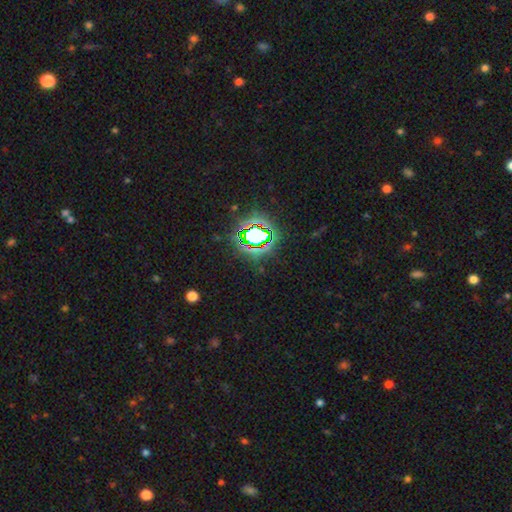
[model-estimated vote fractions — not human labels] This appears to be a star or artifact, not a galaxy (80%).